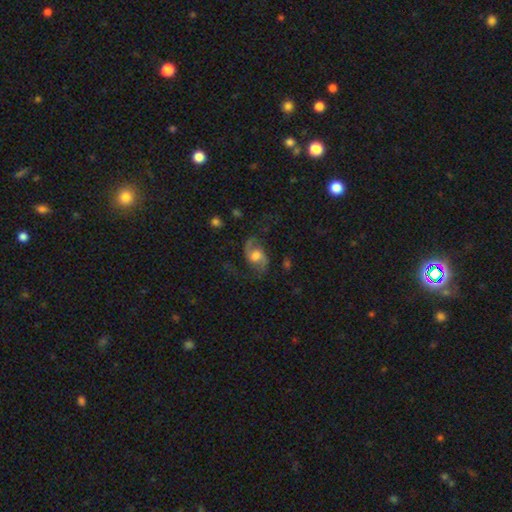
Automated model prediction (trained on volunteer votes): The model was most divided on "spiral winding": loose: 50%, medium: 41%, tight: 9%. More confident: edge-on disk — no (97%); spiral arms — yes (93%); spiral arm count — 2 (91%); smooth or featured — featured or disk (78%); merging — none (69%); bulge size — moderate (53%); bar — no (52%).